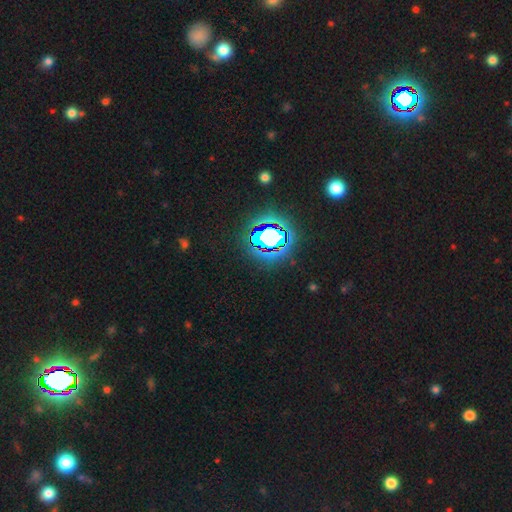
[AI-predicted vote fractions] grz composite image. It shows a star or artifact, not a galaxy (83%).